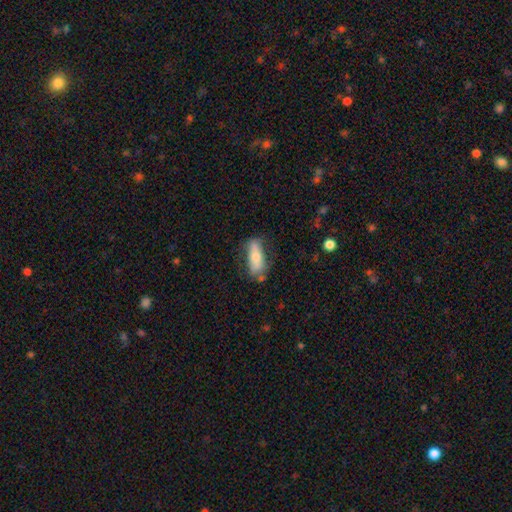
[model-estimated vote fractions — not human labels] smooth-or-featured: smooth: 64% | featured or disk: 29% | star or artifact: 6%
  how-rounded: in between: 57% | cigar-shaped: 41% | round: 2%
  merging: none: 66% | minor disturbance: 23% | major disturbance: 7% | merger: 4%